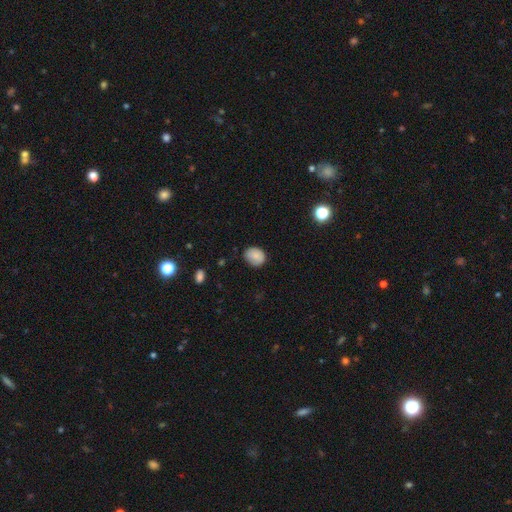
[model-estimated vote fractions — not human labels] smooth-or-featured: smooth: 84% | star or artifact: 8% | featured or disk: 7%
  how-rounded: round: 54% | in between: 45% | cigar-shaped: 1%
  merging: none: 76% | minor disturbance: 20% | major disturbance: 3% | merger: 1%